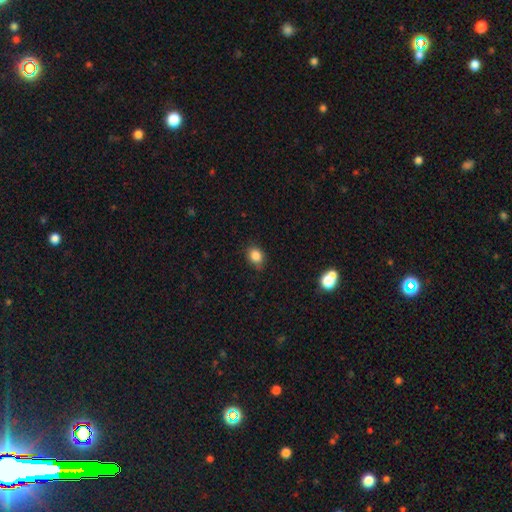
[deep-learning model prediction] Smooth or featured: smooth — 85% (star or artifact — 10%)
How rounded: round — 52% (in between — 47%)
Merging: none — 77% (minor disturbance — 19%)